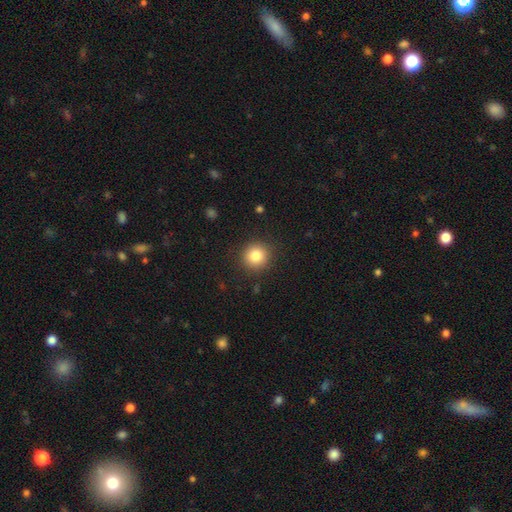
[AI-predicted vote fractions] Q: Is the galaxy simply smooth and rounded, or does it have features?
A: smooth — 83%.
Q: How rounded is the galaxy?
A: round — 93%.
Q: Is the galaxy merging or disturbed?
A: none — 90%.